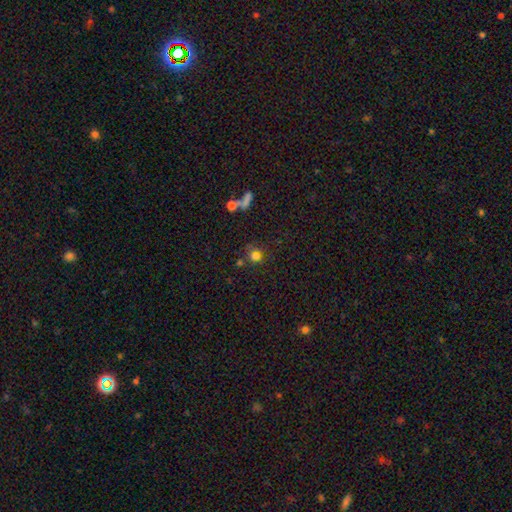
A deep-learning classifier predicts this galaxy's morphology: Q: Smooth or featured?
A: smooth (77%); runner-up: star or artifact (15%)
Q: How rounded?
A: round (89%); runner-up: in between (10%)
Q: Merging?
A: none (68%); runner-up: minor disturbance (13%)